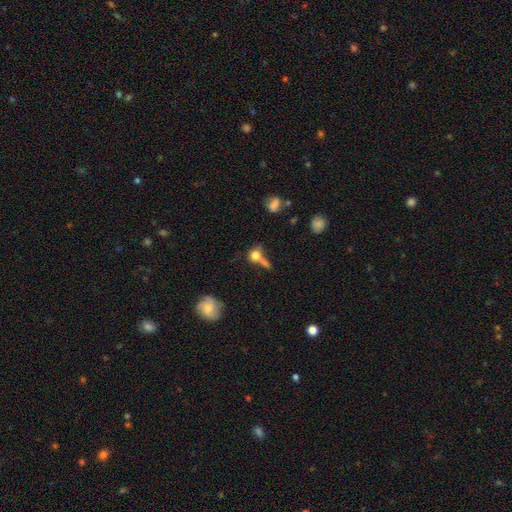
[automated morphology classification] Q: Smooth or featured?
A: smooth (69%); runner-up: featured or disk (19%)
Q: How rounded?
A: round (68%); runner-up: in between (26%)
Q: Merging?
A: merger (38%); runner-up: none (36%)